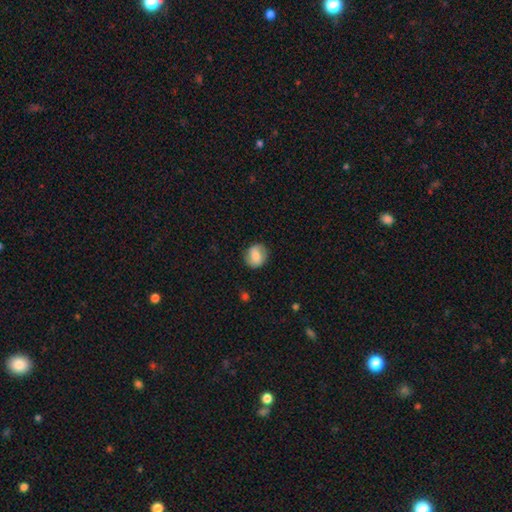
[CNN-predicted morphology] smooth_or_featured: smooth (p=0.73) [alt: featured or disk p=0.19]
how_rounded: round (p=0.74) [alt: in between p=0.25]
merging: none (p=0.80) [alt: minor disturbance p=0.14]